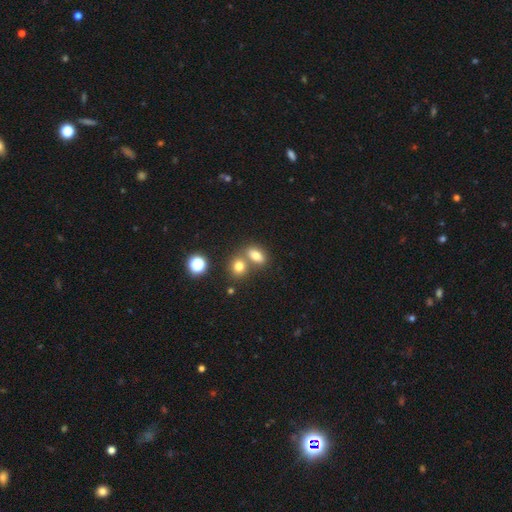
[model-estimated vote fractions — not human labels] Smooth or featured: smooth — 75% (star or artifact — 13%)
How rounded: in between — 73% (round — 23%)
Merging: none — 49% (merger — 38%)